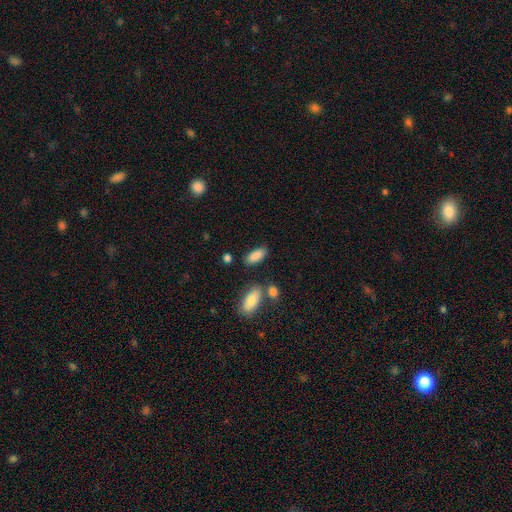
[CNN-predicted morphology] Smooth or featured? smooth (87%)
How rounded? in between (82%)
Merging? none (77%)